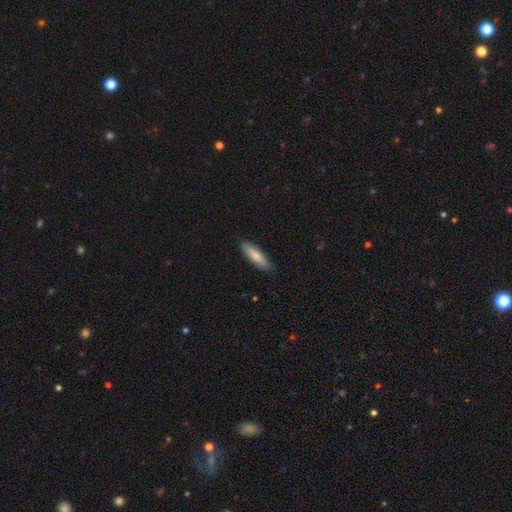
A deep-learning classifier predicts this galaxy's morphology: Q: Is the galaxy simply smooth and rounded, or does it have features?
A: smooth — 78%.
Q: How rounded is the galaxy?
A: cigar-shaped — 52%.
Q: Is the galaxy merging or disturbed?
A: none — 87%.